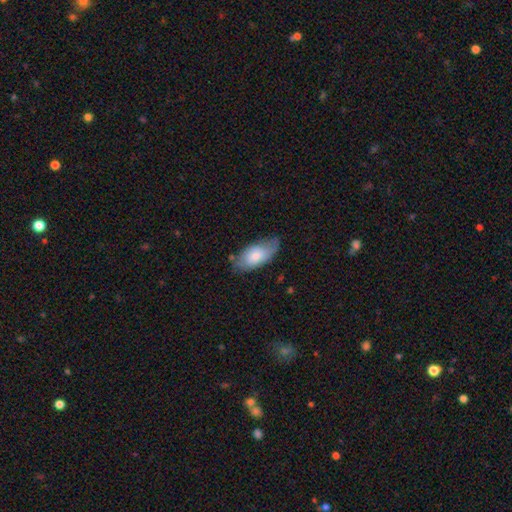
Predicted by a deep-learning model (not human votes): Smooth or featured? smooth (70%)
How rounded? in between (91%)
Merging? none (61%)